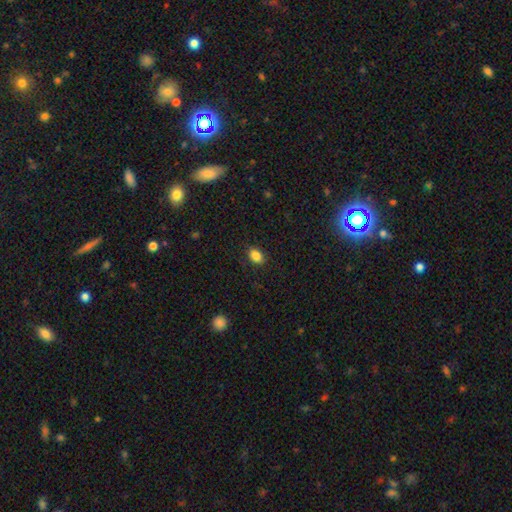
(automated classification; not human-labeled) Morphology: type=smooth (86%); roundness=in between (79%); merging=none (86%).